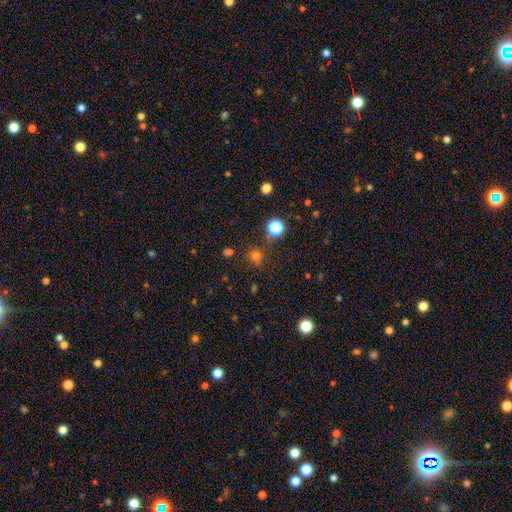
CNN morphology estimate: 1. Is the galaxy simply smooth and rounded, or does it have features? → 69% smooth, 26% star or artifact, 6% featured or disk.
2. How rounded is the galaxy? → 91% round, 8% in between, 1% cigar-shaped.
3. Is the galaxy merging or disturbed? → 80% none, 10% minor disturbance, 5% merger, 4% major disturbance.